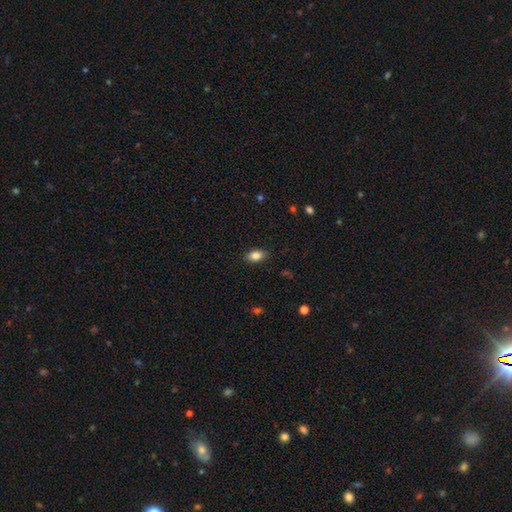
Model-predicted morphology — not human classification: Q: Smooth or featured?
A: smooth (84%); runner-up: star or artifact (8%)
Q: How rounded?
A: in between (88%); runner-up: round (9%)
Q: Merging?
A: none (87%); runner-up: minor disturbance (10%)